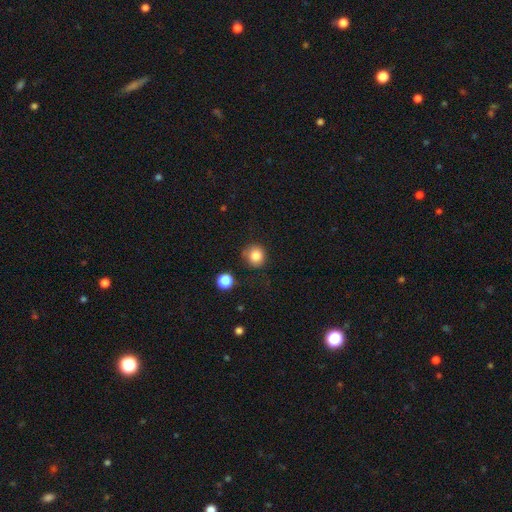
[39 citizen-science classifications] This appears to be a smooth galaxy with no disk features (85%) that is round (94%). Merging: none (86%).